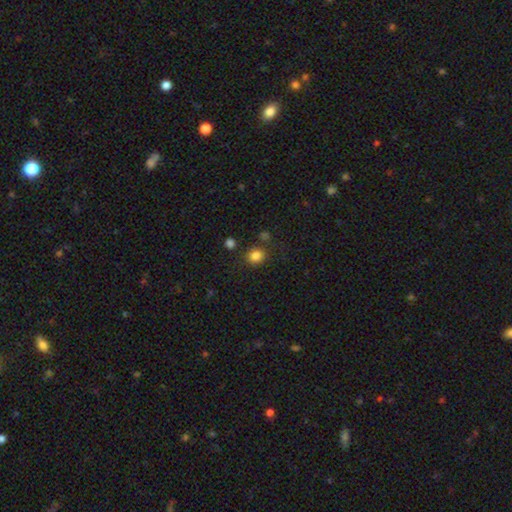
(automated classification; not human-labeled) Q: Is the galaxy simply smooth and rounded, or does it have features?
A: smooth — 83%.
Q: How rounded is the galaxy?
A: round — 76%.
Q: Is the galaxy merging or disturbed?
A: none — 81%.